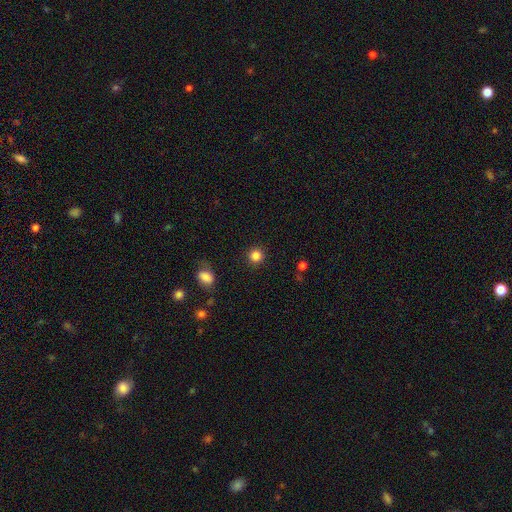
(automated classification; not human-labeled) Q: Smooth or featured?
A: smooth (85%); runner-up: star or artifact (11%)
Q: How rounded?
A: round (94%); runner-up: in between (6%)
Q: Merging?
A: none (91%); runner-up: minor disturbance (6%)